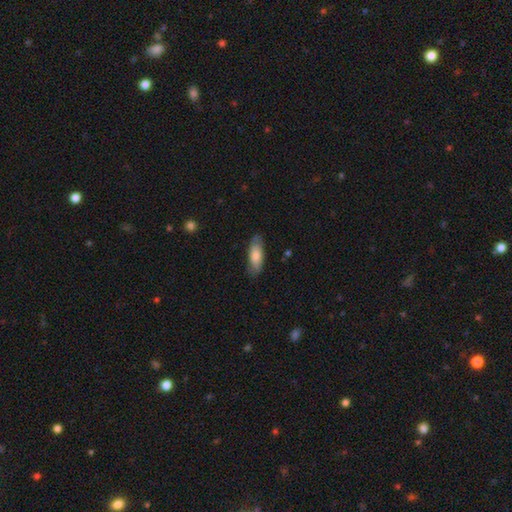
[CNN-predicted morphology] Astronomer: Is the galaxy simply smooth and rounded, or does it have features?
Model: smooth — 78%.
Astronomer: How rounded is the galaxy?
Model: in between — 71%.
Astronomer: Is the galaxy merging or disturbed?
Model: none — 79%.